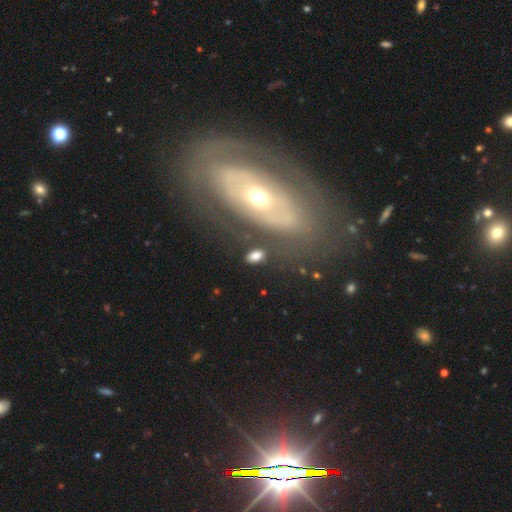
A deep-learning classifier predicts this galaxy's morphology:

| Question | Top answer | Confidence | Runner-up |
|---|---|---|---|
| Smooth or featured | smooth | 74% | featured or disk (17%) |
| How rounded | in between | 86% | round (11%) |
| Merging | none | 72% | minor disturbance (13%) |